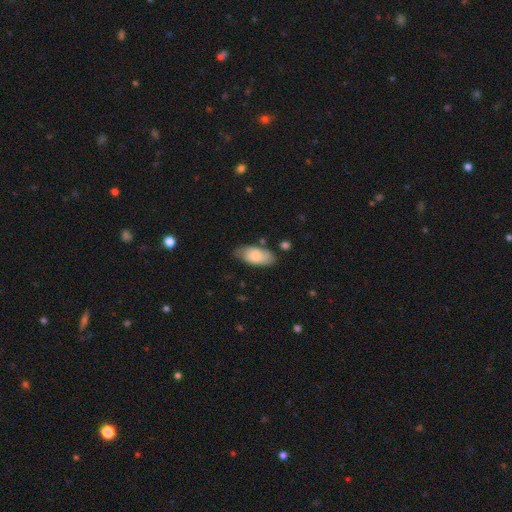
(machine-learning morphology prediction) smooth-or-featured: smooth: 77% | featured or disk: 17% | star or artifact: 6%
  how-rounded: in between: 91% | cigar-shaped: 6% | round: 2%
  merging: none: 69% | minor disturbance: 22% | major disturbance: 5% | merger: 4%